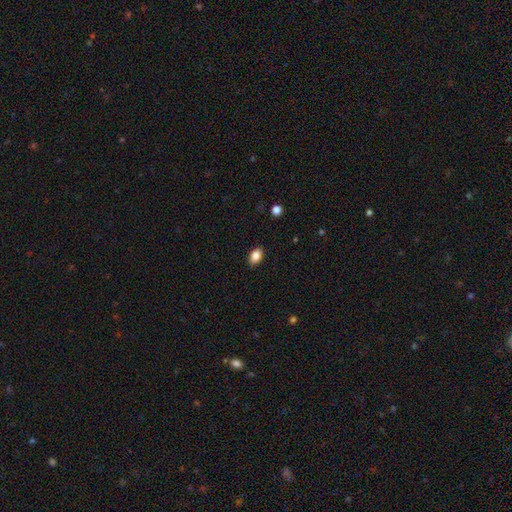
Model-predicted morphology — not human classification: Q: Smooth or featured?
A: smooth (86%); runner-up: star or artifact (9%)
Q: How rounded?
A: in between (84%); runner-up: round (15%)
Q: Merging?
A: none (88%); runner-up: minor disturbance (9%)